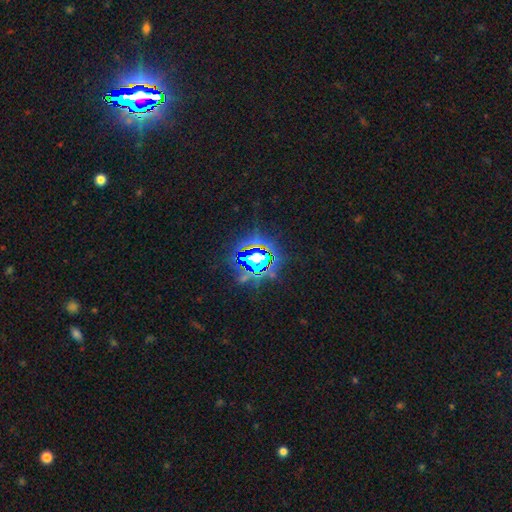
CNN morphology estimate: Smooth or featured?
  - star or artifact: 80% *
  - smooth: 12%
  - featured or disk: 7%